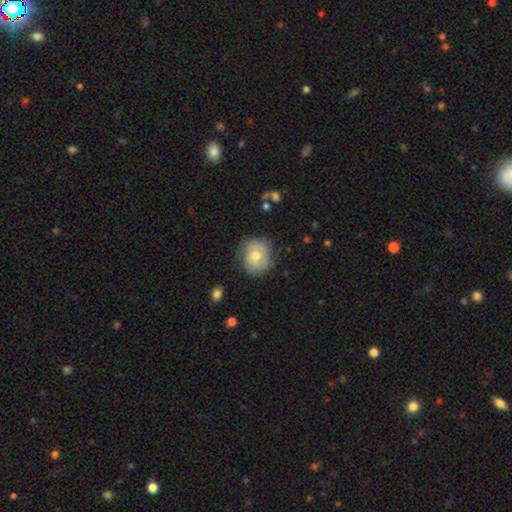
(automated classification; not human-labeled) Smooth or featured? smooth (51%)
How rounded? round (76%)
Merging? none (72%)